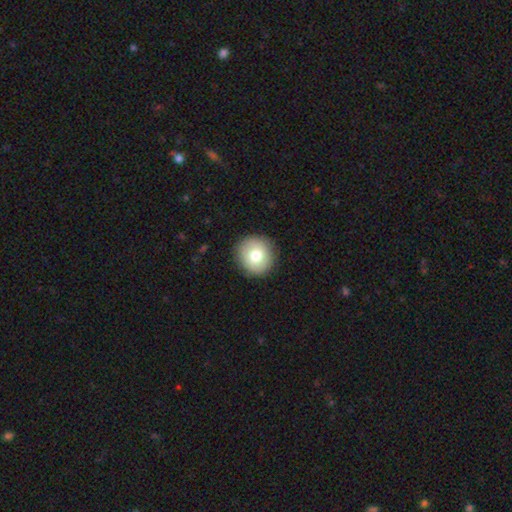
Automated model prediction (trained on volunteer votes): A smooth galaxy with no disk features (78%) that is round (92%).

Vote fractions:
- Smooth or featured? smooth: 78% / featured or disk: 14% / star or artifact: 8%
- How rounded? round: 92% / in between: 7% / cigar-shaped: 1%
- Merging? none: 90% / minor disturbance: 7% / major disturbance: 2% / merger: 1%